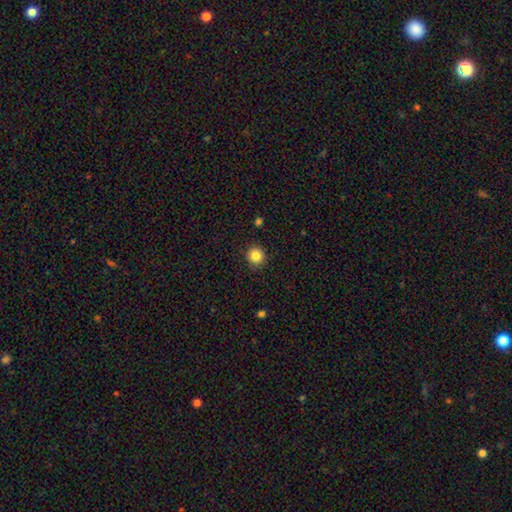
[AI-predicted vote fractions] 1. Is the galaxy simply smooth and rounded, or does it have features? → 84% smooth, 11% star or artifact, 5% featured or disk.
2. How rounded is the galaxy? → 94% round, 5% in between, 1% cigar-shaped.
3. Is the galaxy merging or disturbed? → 91% none, 6% minor disturbance, 2% major disturbance, 1% merger.